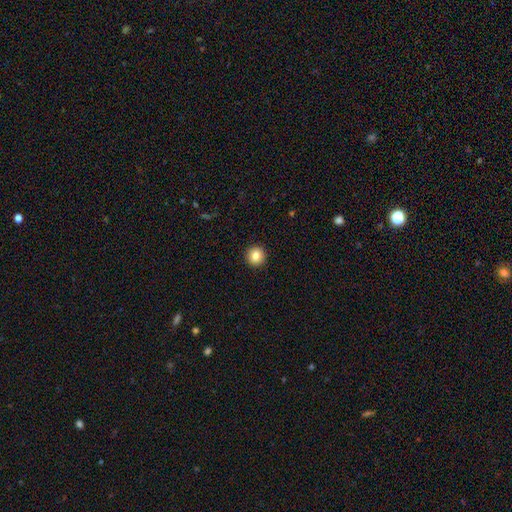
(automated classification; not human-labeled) Smooth or featured?
  - smooth: 83% *
  - star or artifact: 9%
  - featured or disk: 7%
How rounded?
  - round: 93% *
  - in between: 6%
  - cigar-shaped: 1%
Merging?
  - none: 93% *
  - minor disturbance: 5%
  - major disturbance: 2%
  - merger: 1%